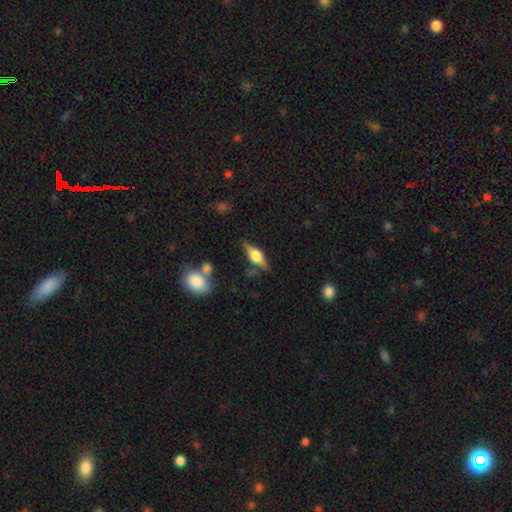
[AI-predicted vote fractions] Overall: featured or disk (65%; smooth 28%). Edge-on disk: yes (94%). Edge-on bulge: rounded (89%). Merging: none (78%).